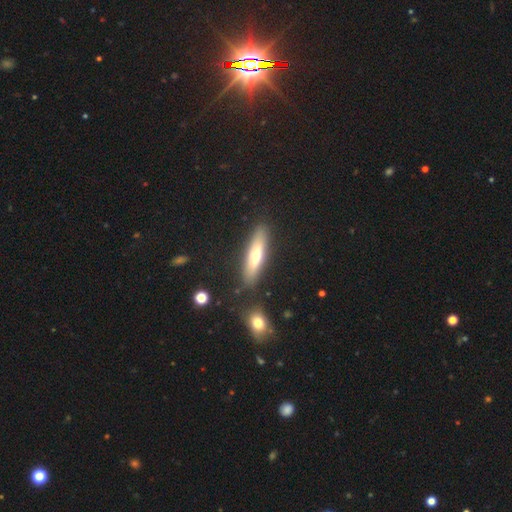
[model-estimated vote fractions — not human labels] smooth_or_featured: smooth (p=0.51) [alt: featured or disk p=0.43]
how_rounded: cigar-shaped (p=0.72) [alt: in between p=0.26]
merging: none (p=0.84) [alt: minor disturbance p=0.09]